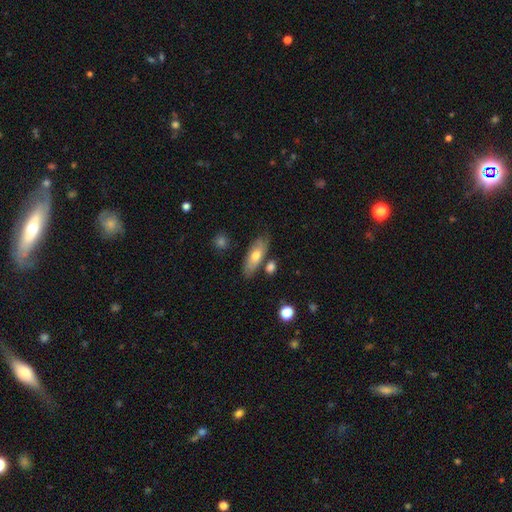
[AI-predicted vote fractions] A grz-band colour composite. It shows a smooth galaxy with no disk features (66%) that is in between round and cigar-shaped (74%). Merging: none (71%).